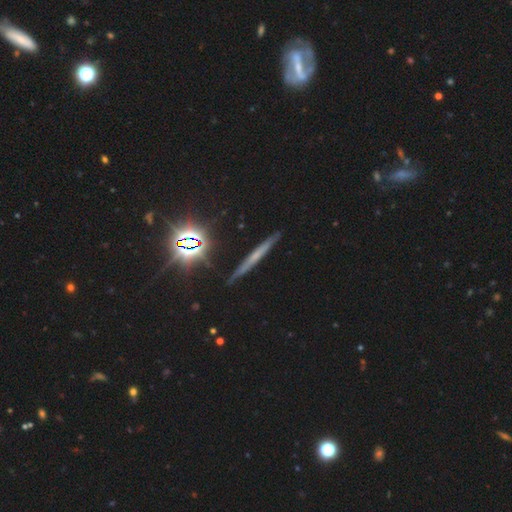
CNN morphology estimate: This appears to be a featured or disk galaxy (44%). Merging: none (87%).